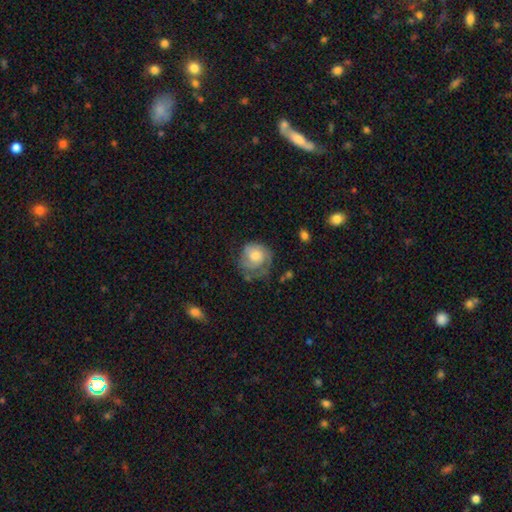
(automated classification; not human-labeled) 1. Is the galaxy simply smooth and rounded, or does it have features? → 51% featured or disk, 42% smooth, 7% star or artifact.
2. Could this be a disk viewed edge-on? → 98% no, 2% yes.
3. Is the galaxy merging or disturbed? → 51% none, 27% minor disturbance, 20% major disturbance, 2% merger.